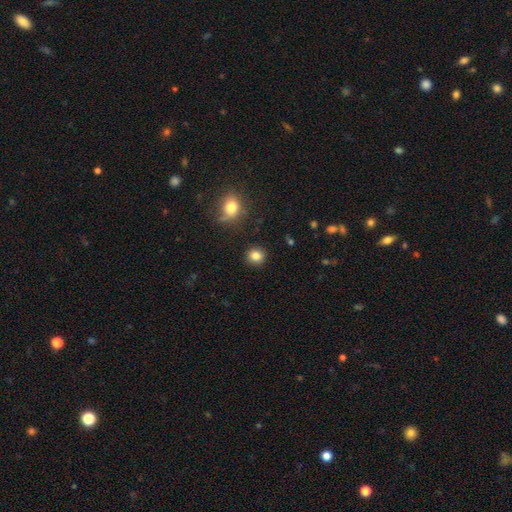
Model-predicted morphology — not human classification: Smooth or featured: smooth — 84% (star or artifact — 11%)
How rounded: round — 87% (in between — 12%)
Merging: none — 90% (minor disturbance — 6%)